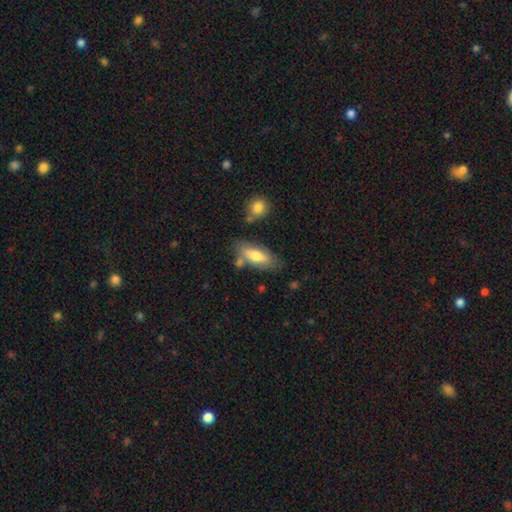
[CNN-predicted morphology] Smooth or featured?
  - smooth: 65% *
  - featured or disk: 28%
  - star or artifact: 6%
How rounded?
  - in between: 71% *
  - cigar-shaped: 26%
  - round: 2%
Merging?
  - none: 69% *
  - minor disturbance: 17%
  - merger: 9%
  - major disturbance: 5%